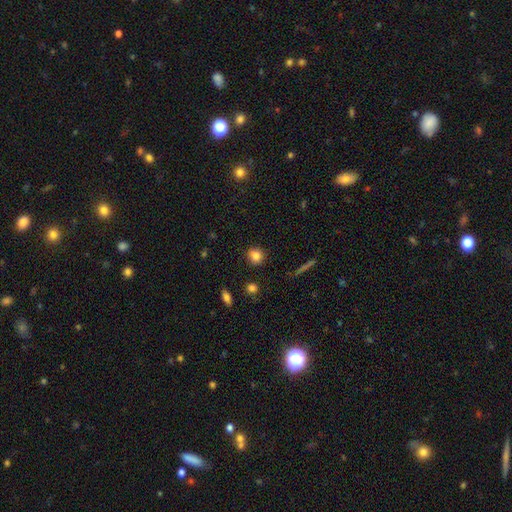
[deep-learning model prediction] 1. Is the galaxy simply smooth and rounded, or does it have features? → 83% smooth, 10% star or artifact, 6% featured or disk.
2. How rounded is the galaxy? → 84% round, 15% in between, 2% cigar-shaped.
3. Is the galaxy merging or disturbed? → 86% none, 9% minor disturbance, 2% major disturbance, 2% merger.